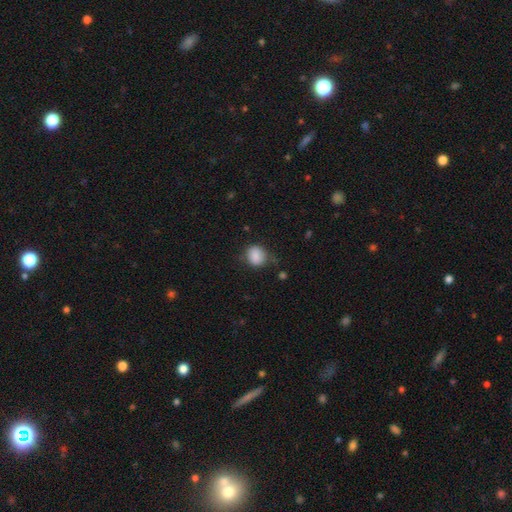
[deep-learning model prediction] Smooth or featured? smooth (84%)
How rounded? round (63%)
Merging? none (67%)